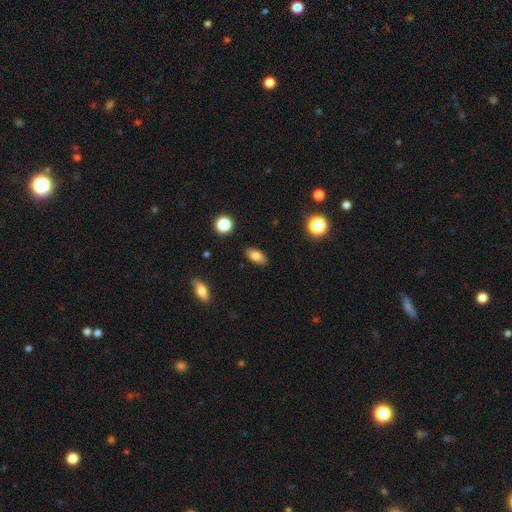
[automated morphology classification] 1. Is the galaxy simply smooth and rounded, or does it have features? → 82% smooth, 9% star or artifact, 9% featured or disk.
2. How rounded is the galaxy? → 90% in between, 6% round, 5% cigar-shaped.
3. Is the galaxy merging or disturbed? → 87% none, 9% minor disturbance, 2% major disturbance, 1% merger.